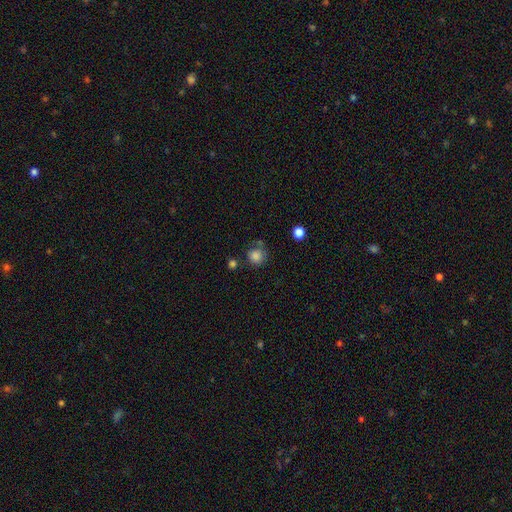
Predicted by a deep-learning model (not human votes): This is clearly a smooth galaxy (83%). How rounded: clearly round (90%). Merging: likely none (69%).